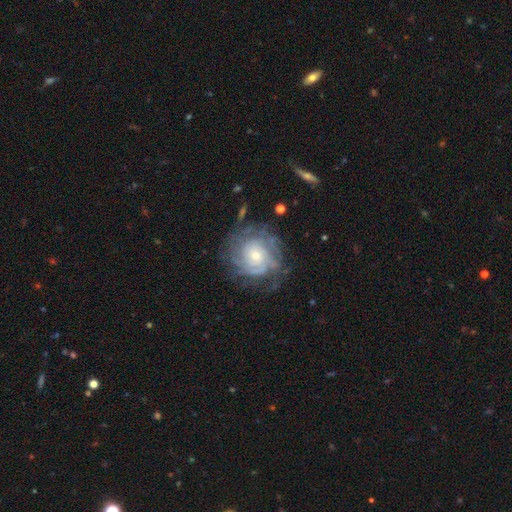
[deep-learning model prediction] Smooth or featured?
  - featured or disk: 76% *
  - smooth: 16%
  - star or artifact: 8%
Edge-on disk?
  - no: 97% *
  - yes: 3%
Bar?
  - no: 80% *
  - weak: 16%
  - strong: 3%
Spiral arms?
  - yes: 89% *
  - no: 11%
Spiral winding?
  - tight: 71% *
  - medium: 22%
  - loose: 7%
Spiral arm count?
  - can't tell: 50% *
  - 4: 13%
  - 3: 12%
  - 2: 12%
  - more than 4: 8%
  - 1: 5%
Bulge size?
  - small: 59% *
  - moderate: 34%
  - large: 4%
  - none: 2%
  - dominant: 1%
Merging?
  - none: 71% *
  - minor disturbance: 17%
  - major disturbance: 10%
  - merger: 2%